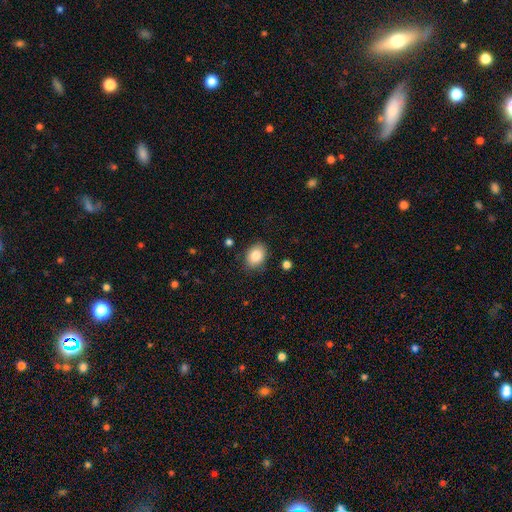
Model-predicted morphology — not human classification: This is clearly a smooth galaxy (85%). How rounded: likely in between (66%). Merging: clearly none (85%).